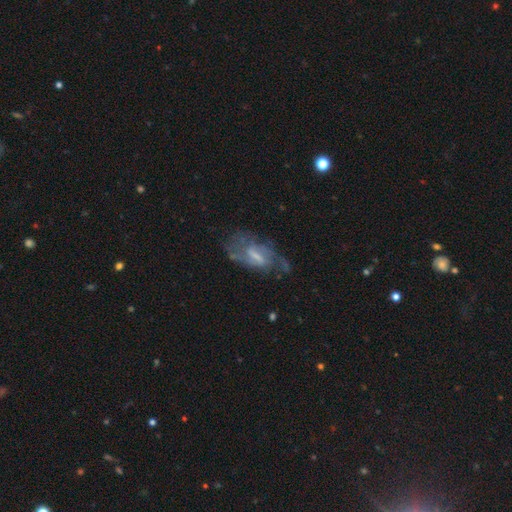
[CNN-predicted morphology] Smooth or featured: featured or disk — 75% (smooth — 18%)
Edge-on disk: no — 93% (yes — 7%)
Bar: weak — 50% (strong — 33%)
Spiral arms: yes — 82% (no — 18%)
Spiral winding: medium — 45% (loose — 31%)
Spiral arm count: 2 — 54% (can't tell — 26%)
Bulge size: small — 35% (moderate — 31%)
Merging: none — 52% (minor disturbance — 23%)